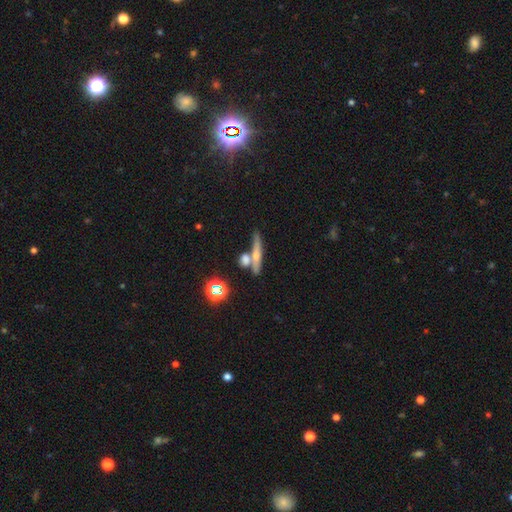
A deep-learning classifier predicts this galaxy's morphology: smooth_or_featured: smooth (p=0.45) [alt: featured or disk p=0.43]
merging: none (p=0.59) [alt: merger p=0.27]